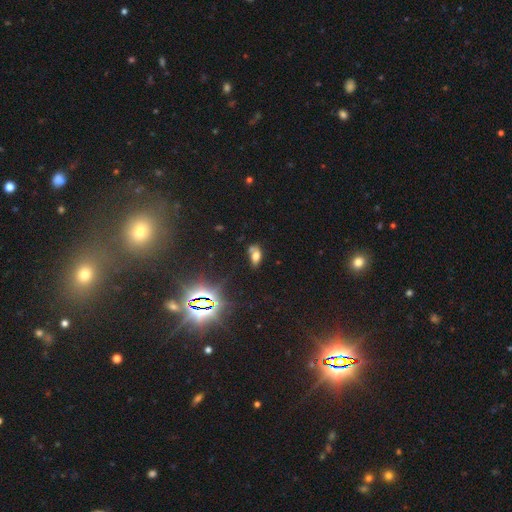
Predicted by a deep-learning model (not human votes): A smooth galaxy with no disk features (63%) that is in between round and cigar-shaped (87%). Merging: none (44%).